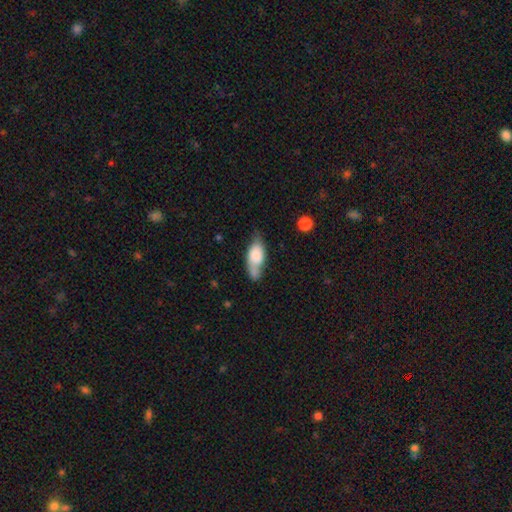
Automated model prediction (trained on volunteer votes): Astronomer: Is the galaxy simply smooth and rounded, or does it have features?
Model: smooth — 70%.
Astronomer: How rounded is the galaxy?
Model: in between — 79%.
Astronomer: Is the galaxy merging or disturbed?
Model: none — 48% (runner-up: minor disturbance, 30%).